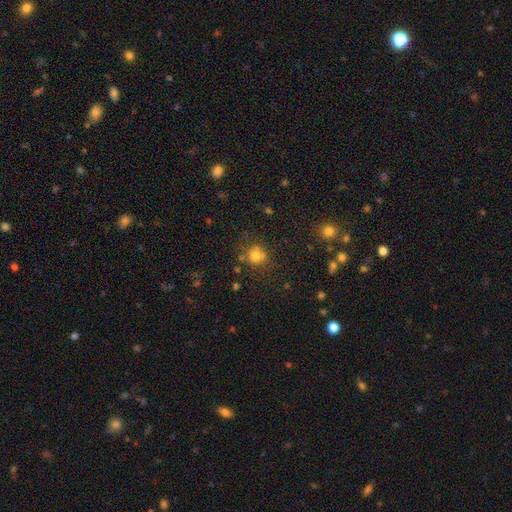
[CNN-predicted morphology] A smooth galaxy with no disk features (73%) that is round (85%). Merging: none (63%).